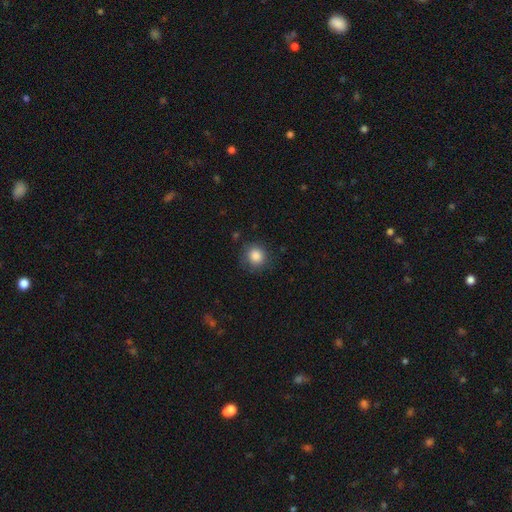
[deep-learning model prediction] The model was most divided on "merging": none: 82%, minor disturbance: 13%, major disturbance: 4%, merger: 1%. More confident: how rounded — round (89%); smooth or featured — smooth (86%).